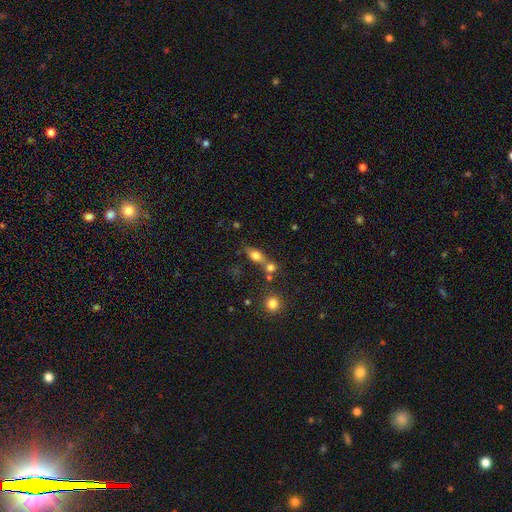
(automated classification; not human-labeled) Q: Smooth or featured?
A: smooth (70%); runner-up: featured or disk (18%)
Q: How rounded?
A: in between (61%); runner-up: round (26%)
Q: Merging?
A: none (44%); runner-up: merger (40%)